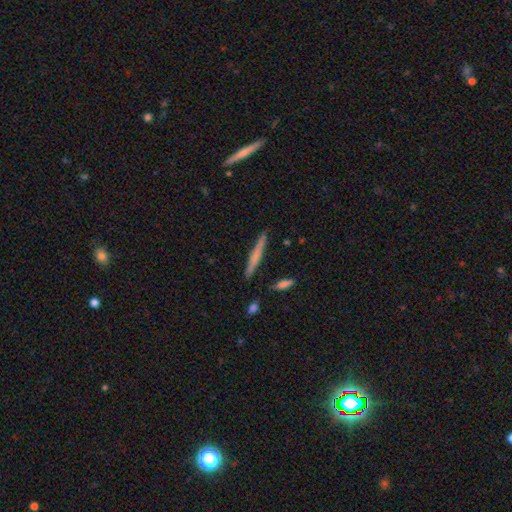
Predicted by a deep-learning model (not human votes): This is possibly a smooth galaxy (54%). How rounded: clearly cigar-shaped (95%). Merging: clearly none (88%).